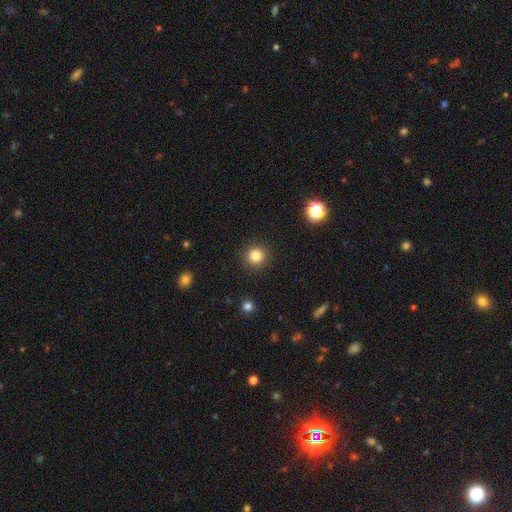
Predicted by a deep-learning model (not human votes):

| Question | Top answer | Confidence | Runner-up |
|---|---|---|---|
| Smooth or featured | smooth | 83% | star or artifact (12%) |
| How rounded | round | 94% | in between (5%) |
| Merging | none | 91% | minor disturbance (5%) |